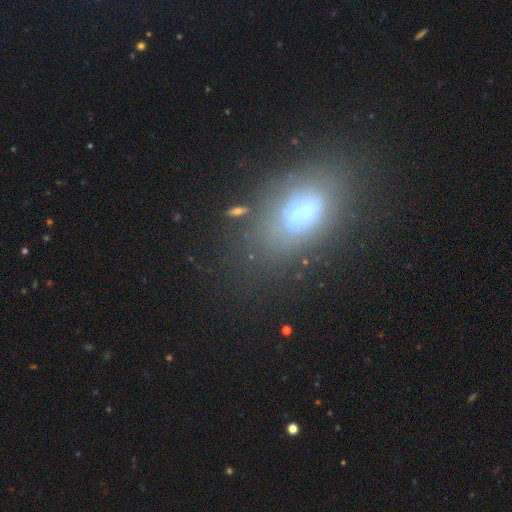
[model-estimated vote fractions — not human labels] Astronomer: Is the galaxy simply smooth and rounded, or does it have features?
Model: smooth — 52%.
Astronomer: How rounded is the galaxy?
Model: in between — 85%.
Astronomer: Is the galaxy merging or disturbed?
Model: none — 78%.